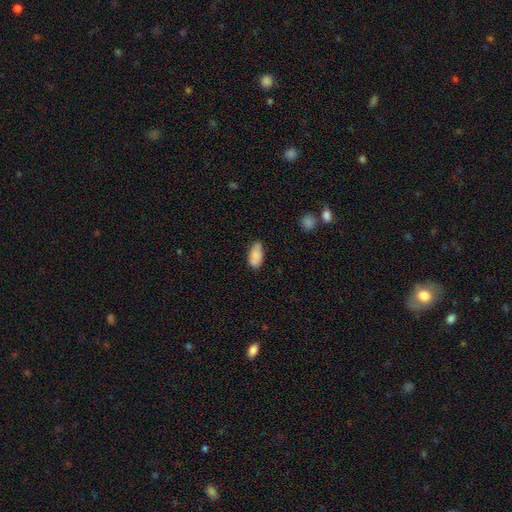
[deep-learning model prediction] This is clearly a smooth galaxy (87%). How rounded: clearly in between (91%). Merging: likely none (69%).